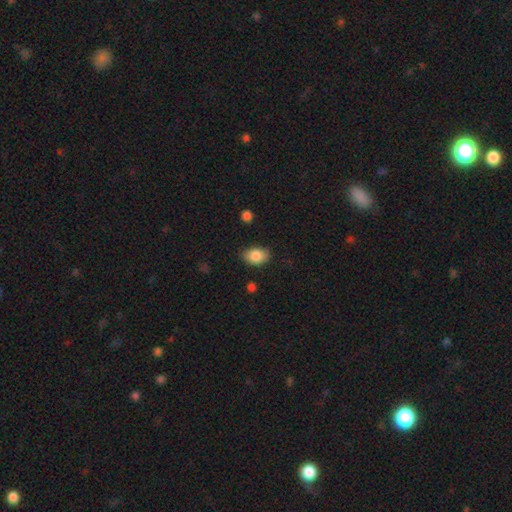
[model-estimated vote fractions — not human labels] This appears to be a smooth galaxy with no disk features (86%) that is in between round and cigar-shaped (81%). Merging: none (79%).